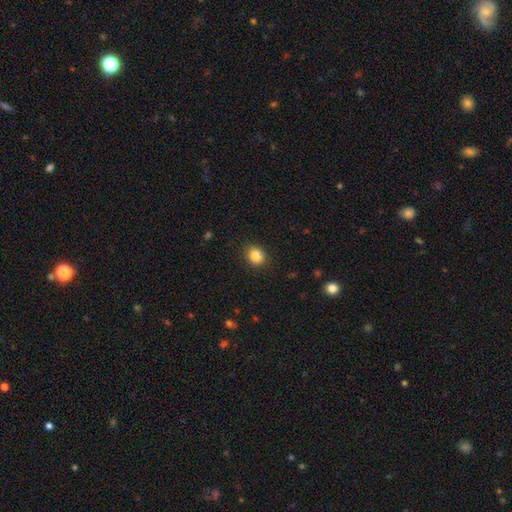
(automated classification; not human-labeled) This is clearly a smooth galaxy (85%). How rounded: likely round (61%). Merging: clearly none (87%).